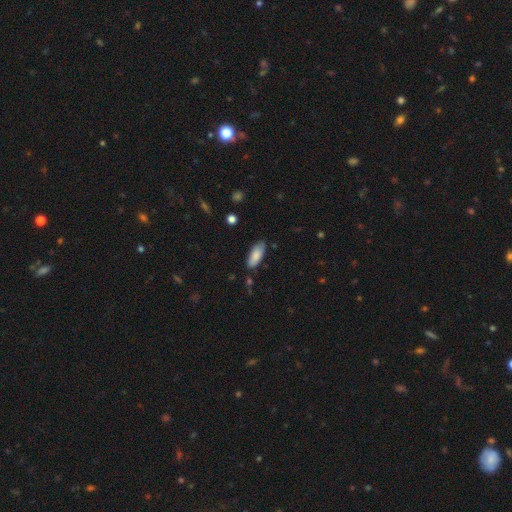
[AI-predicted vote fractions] smooth 85%, featured or disk 9%, star or artifact 6%. Down the decision tree: how rounded — in between (76%); merging — none (81%).